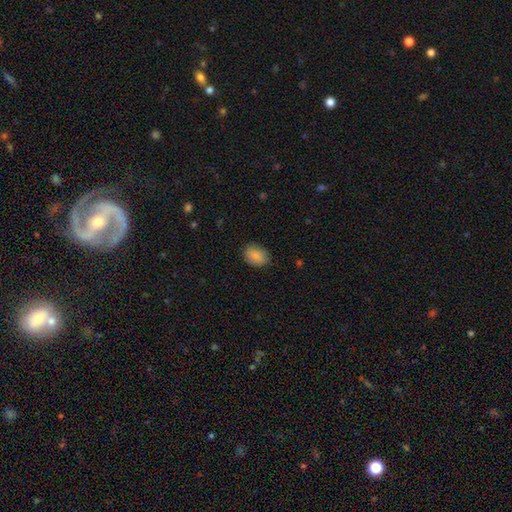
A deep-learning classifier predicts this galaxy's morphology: This appears to be a smooth galaxy with no disk features (87%) that is in between round and cigar-shaped (77%). Merging: none (83%).